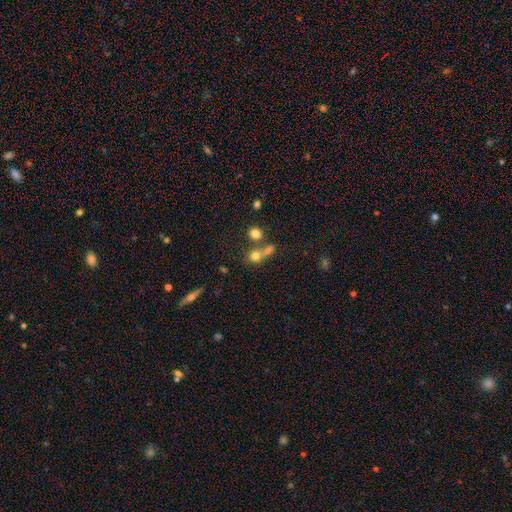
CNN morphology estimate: Smooth or featured: smooth — 71% (featured or disk — 15%)
How rounded: round — 73% (in between — 23%)
Merging: merger — 43% (none — 41%)